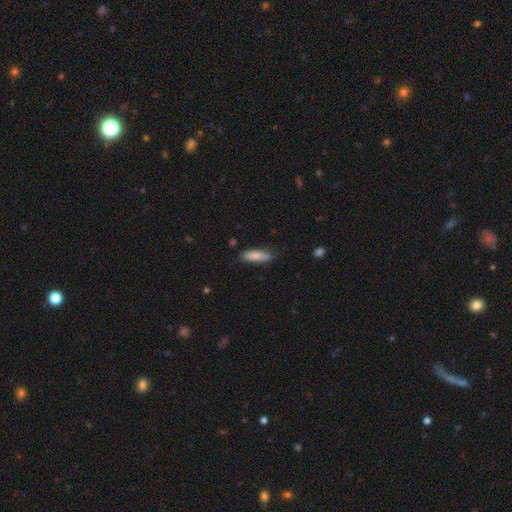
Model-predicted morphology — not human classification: The model was most divided on "how rounded": cigar-shaped: 66%, in between: 33%, round: 2%. More confident: smooth or featured — smooth (82%); merging — none (81%).